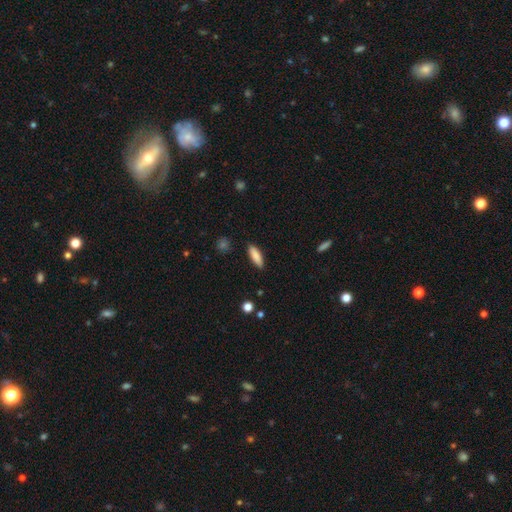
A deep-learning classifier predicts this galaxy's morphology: This appears to be a smooth galaxy with no disk features (86%) that is cigar-shaped (52%). Merging: none (88%).